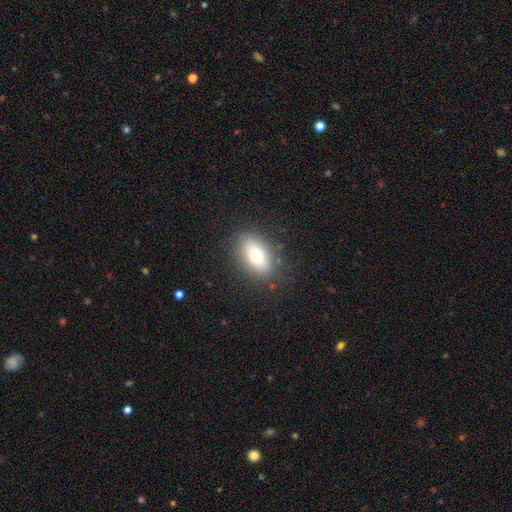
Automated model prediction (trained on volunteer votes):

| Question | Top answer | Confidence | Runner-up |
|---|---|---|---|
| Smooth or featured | smooth | 72% | featured or disk (19%) |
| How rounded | in between | 86% | round (11%) |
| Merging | none | 82% | minor disturbance (12%) |